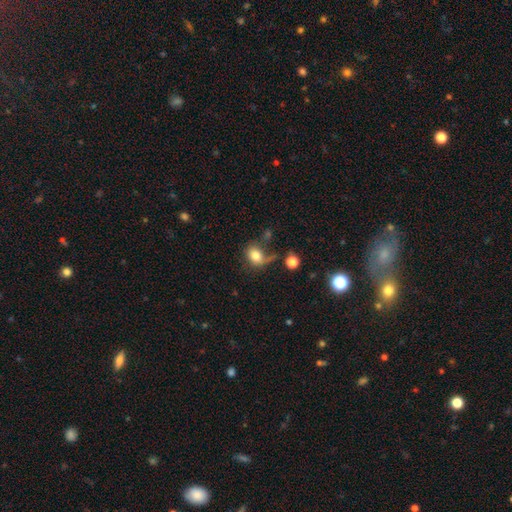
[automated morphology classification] The model was most divided on "how rounded": in between: 55%, round: 43%, cigar-shaped: 2%. Remaining: smooth or featured — smooth (76%); merging — none (38%).